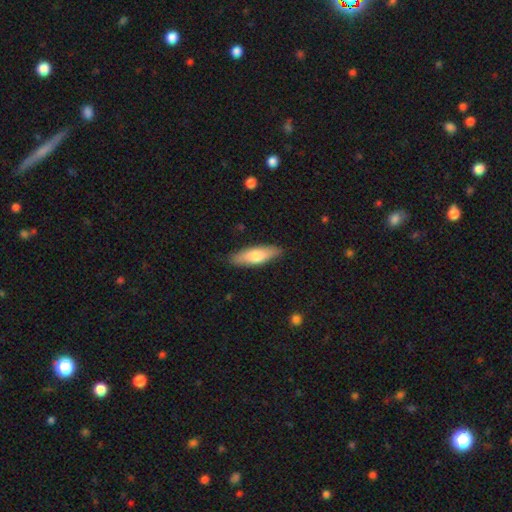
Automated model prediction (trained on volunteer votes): Smooth or featured?
  - smooth: 71% *
  - featured or disk: 24%
  - star or artifact: 5%
How rounded?
  - in between: 50% *
  - cigar-shaped: 48%
  - round: 2%
Merging?
  - none: 85% *
  - minor disturbance: 11%
  - major disturbance: 2%
  - merger: 1%